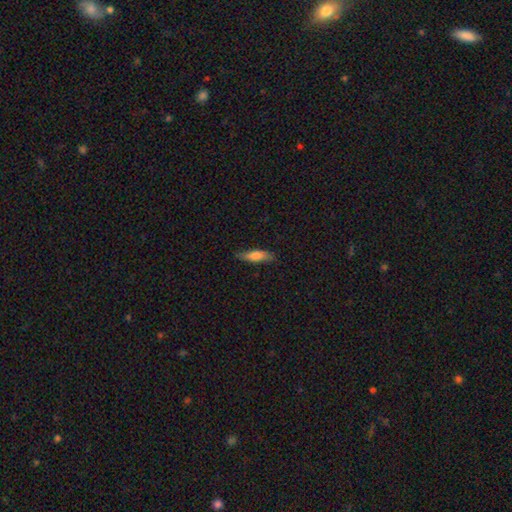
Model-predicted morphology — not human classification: smooth_or_featured: smooth (p=0.74) [alt: featured or disk p=0.20]
how_rounded: cigar-shaped (p=0.62) [alt: in between p=0.36]
merging: none (p=0.80) [alt: minor disturbance p=0.16]